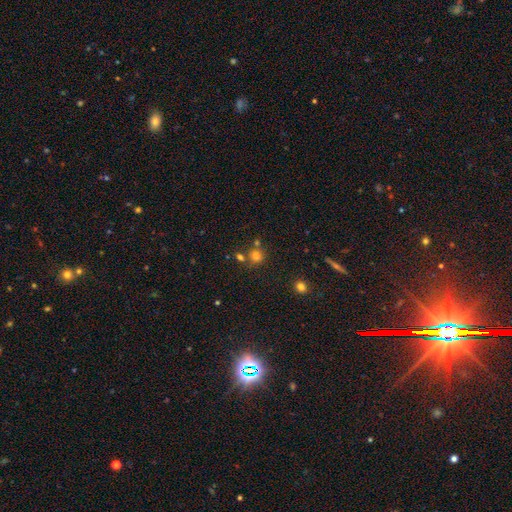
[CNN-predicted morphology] smooth 75%, star or artifact 19%, featured or disk 6%. Down the decision tree: how rounded — round (86%); merging — none (65%).